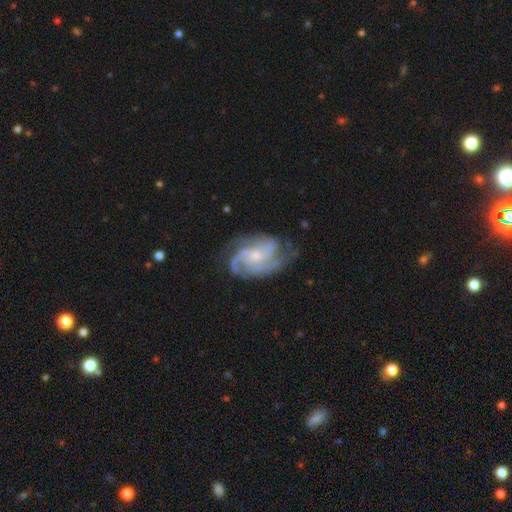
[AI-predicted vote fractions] Q: Smooth or featured?
A: featured or disk (90%); runner-up: smooth (5%)
Q: Edge-on disk?
A: no (98%); runner-up: yes (2%)
Q: Bar?
A: no (63%); runner-up: weak (31%)
Q: Spiral arms?
A: yes (98%); runner-up: no (2%)
Q: Spiral winding?
A: tight (49%); runner-up: medium (43%)
Q: Spiral arm count?
A: 3 (46%); runner-up: 2 (18%)
Q: Bulge size?
A: small (63%); runner-up: moderate (31%)
Q: Merging?
A: none (71%); runner-up: minor disturbance (20%)